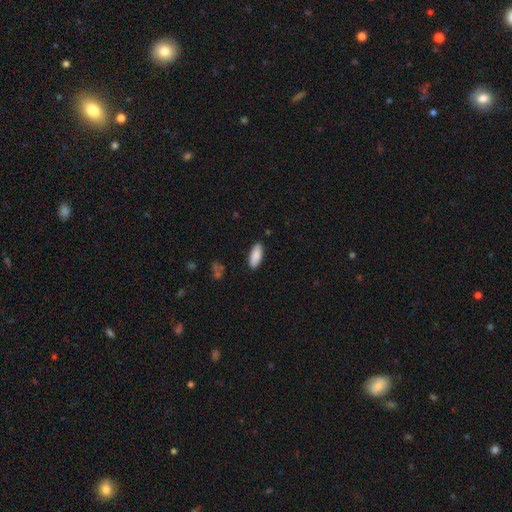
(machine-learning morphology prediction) Smooth or featured?
  - smooth: 88% *
  - star or artifact: 6%
  - featured or disk: 6%
How rounded?
  - in between: 76% *
  - cigar-shaped: 22%
  - round: 2%
Merging?
  - none: 88% *
  - minor disturbance: 9%
  - major disturbance: 2%
  - merger: 1%